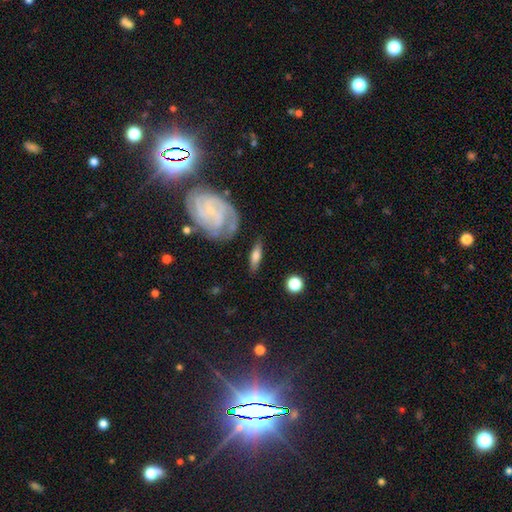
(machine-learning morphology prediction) smooth_or_featured: smooth (p=0.55) [alt: featured or disk p=0.38]
how_rounded: in between (p=0.48) [alt: cigar-shaped p=0.47]
merging: none (p=0.77) [alt: minor disturbance p=0.14]